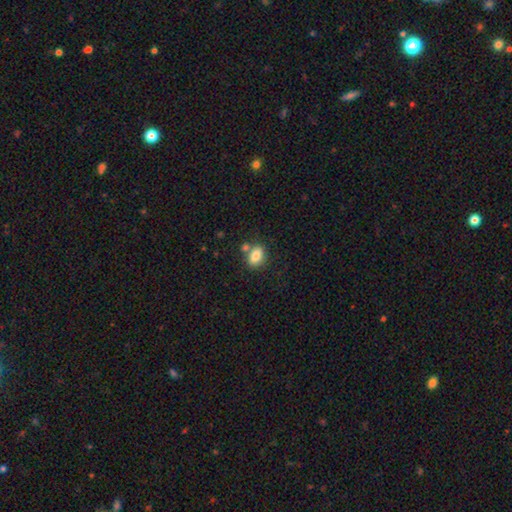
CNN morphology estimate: Smooth or featured? Predicted: smooth (p=0.83). How rounded? Predicted: in between (p=0.79). Merging? Predicted: none (p=0.65).